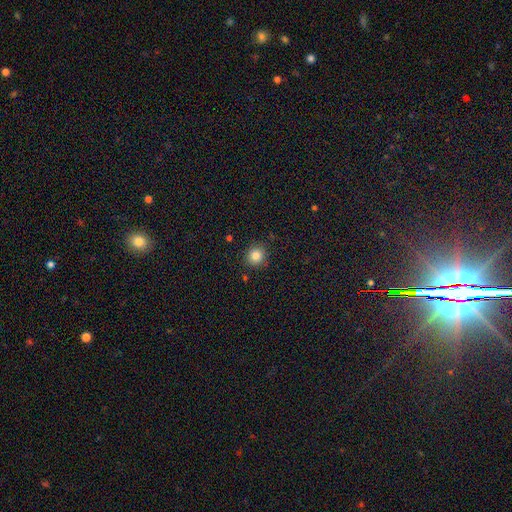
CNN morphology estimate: Smooth or featured?
  - smooth: 84% *
  - star or artifact: 11%
  - featured or disk: 5%
How rounded?
  - round: 88% *
  - in between: 11%
  - cigar-shaped: 1%
Merging?
  - none: 88% *
  - minor disturbance: 8%
  - major disturbance: 2%
  - merger: 2%